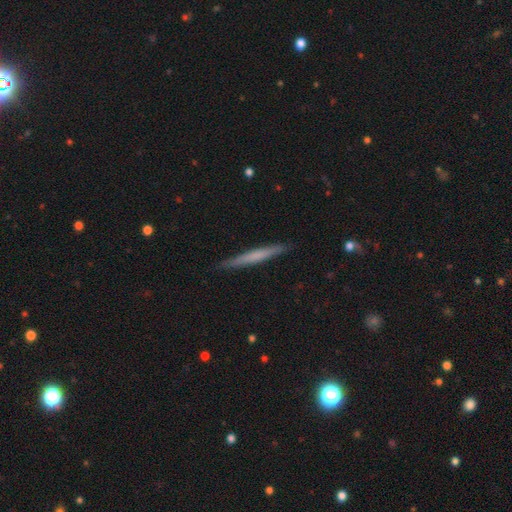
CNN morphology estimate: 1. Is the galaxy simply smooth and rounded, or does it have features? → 53% smooth, 41% featured or disk, 6% star or artifact.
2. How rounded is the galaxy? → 96% cigar-shaped, 2% in between, 1% round.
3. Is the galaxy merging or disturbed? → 90% none, 8% minor disturbance, 1% major disturbance, 1% merger.